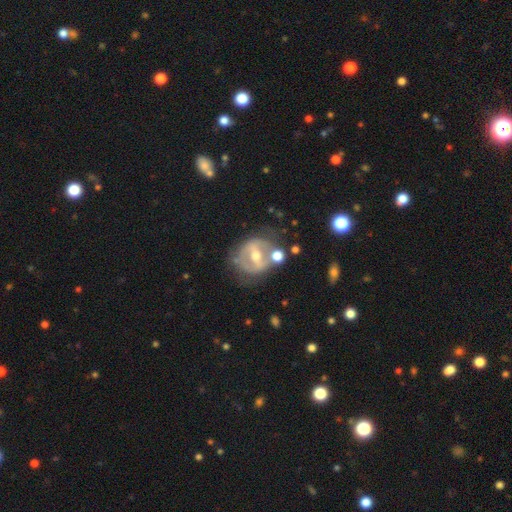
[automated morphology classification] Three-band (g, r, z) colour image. It shows a featured or disk galaxy (74%) with a strong bar (57%), no spiral arms (58%) and a moderate central bulge (68%). Merging: none (58%).